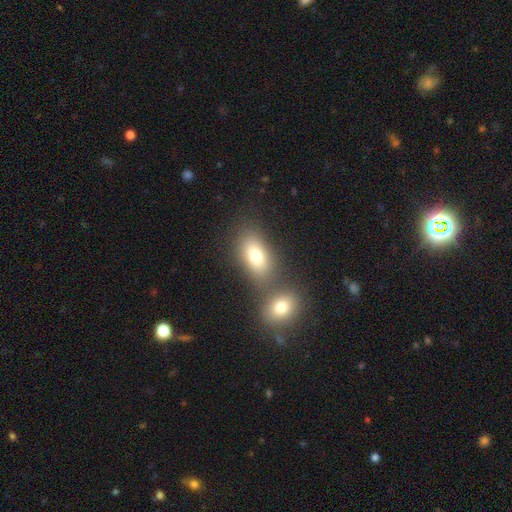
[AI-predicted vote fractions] The model was most divided on "merging": none: 55%, merger: 31%, minor disturbance: 10%, major disturbance: 4%. More confident: how rounded — in between (84%); smooth or featured — smooth (76%).